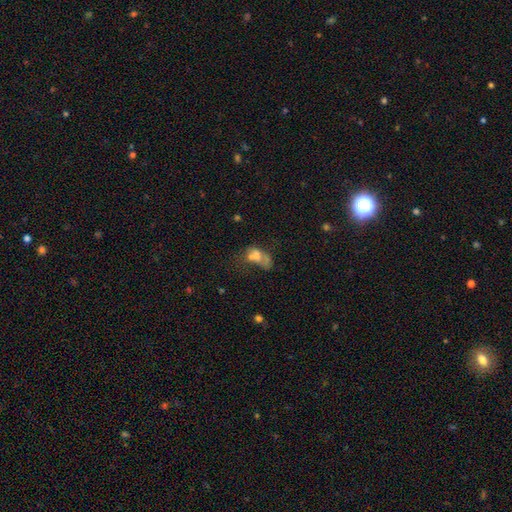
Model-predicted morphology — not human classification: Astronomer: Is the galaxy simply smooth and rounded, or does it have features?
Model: smooth — 51% (runner-up: featured or disk, 31%).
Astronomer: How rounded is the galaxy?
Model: in between — 78%.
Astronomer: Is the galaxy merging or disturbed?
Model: merger — 37% (runner-up: major disturbance, 30%).